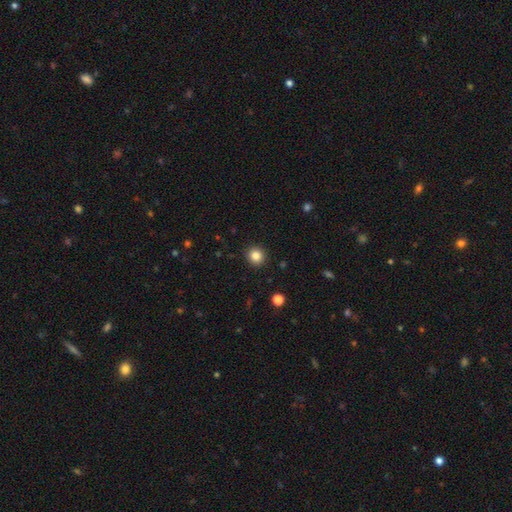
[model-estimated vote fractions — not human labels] A smooth galaxy with no disk features (84%) that is round (92%).

Vote fractions:
- Smooth or featured? smooth: 84% / star or artifact: 11% / featured or disk: 5%
- How rounded? round: 92% / in between: 7% / cigar-shaped: 1%
- Merging? none: 92% / minor disturbance: 5% / major disturbance: 2% / merger: 1%